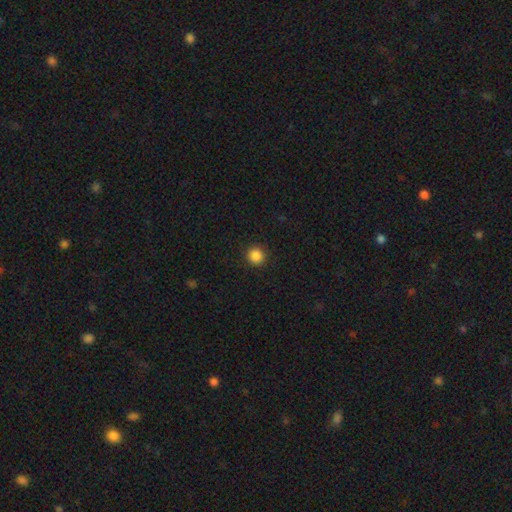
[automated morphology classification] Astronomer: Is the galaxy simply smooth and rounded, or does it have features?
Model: smooth — 86%.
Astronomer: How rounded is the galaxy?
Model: round — 95%.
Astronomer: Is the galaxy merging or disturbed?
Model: none — 92%.